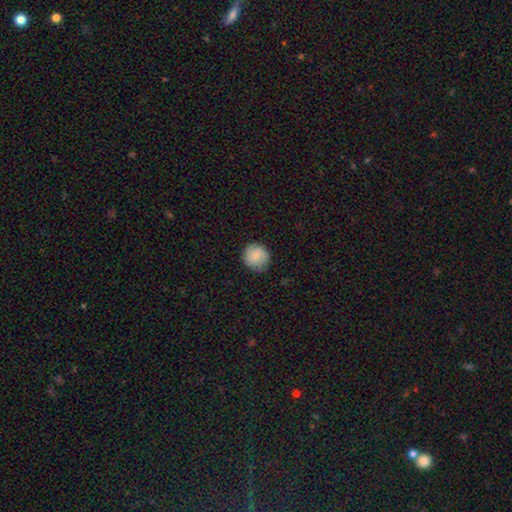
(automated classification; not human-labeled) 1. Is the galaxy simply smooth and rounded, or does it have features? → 80% smooth, 13% featured or disk, 7% star or artifact.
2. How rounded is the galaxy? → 92% round, 7% in between, 1% cigar-shaped.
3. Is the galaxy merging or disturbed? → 84% none, 13% minor disturbance, 3% major disturbance, 1% merger.